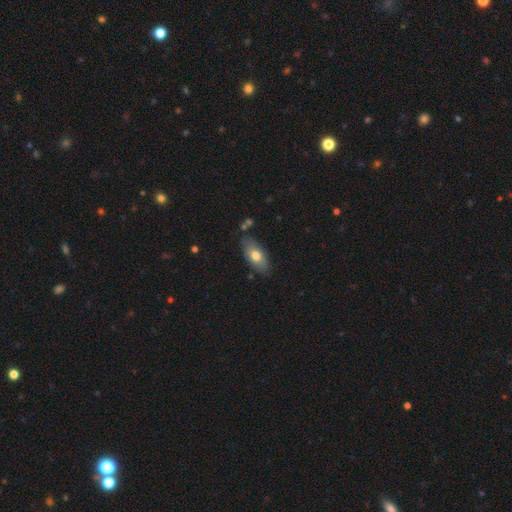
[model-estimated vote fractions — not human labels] Smooth or featured: smooth — 72% (featured or disk — 21%)
How rounded: in between — 88% (cigar-shaped — 8%)
Merging: none — 78% (minor disturbance — 15%)